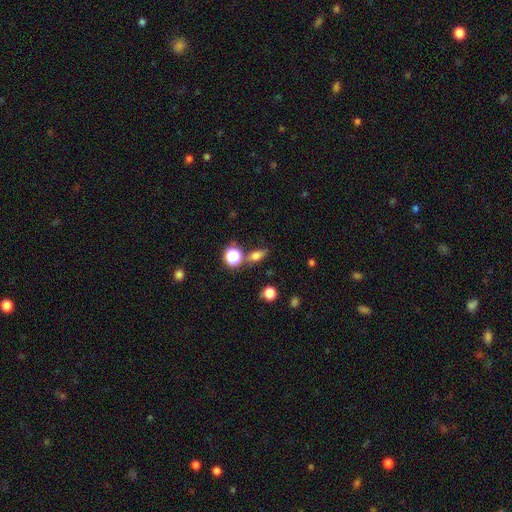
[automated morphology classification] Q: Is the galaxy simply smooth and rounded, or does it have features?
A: smooth — 69%.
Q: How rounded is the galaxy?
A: in between — 66%.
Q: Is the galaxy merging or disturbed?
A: none — 71%.